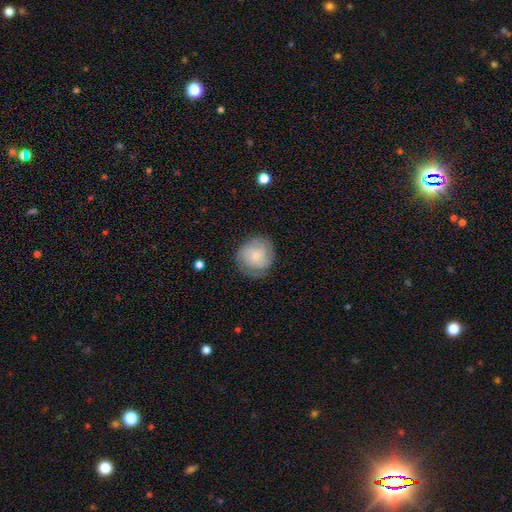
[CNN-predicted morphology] Q: Smooth or featured?
A: featured or disk (53%); runner-up: smooth (40%)
Q: Edge-on disk?
A: no (98%); runner-up: yes (2%)
Q: Bar?
A: no (79%); runner-up: weak (18%)
Q: Spiral arms?
A: yes (84%); runner-up: no (16%)
Q: Bulge size?
A: small (72%); runner-up: moderate (23%)
Q: Merging?
A: none (72%); runner-up: minor disturbance (19%)